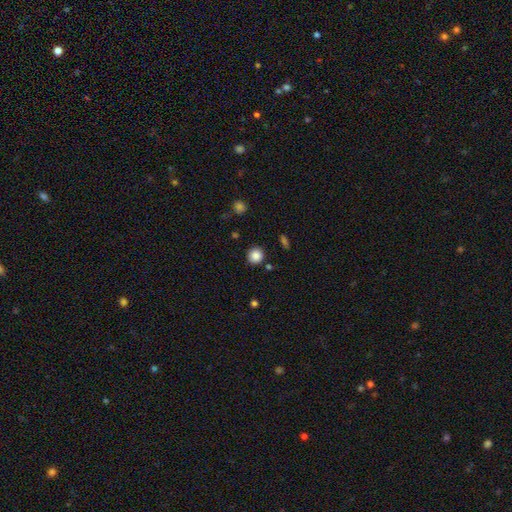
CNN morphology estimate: smooth-or-featured: smooth: 86% | star or artifact: 10% | featured or disk: 4%
  how-rounded: round: 92% | in between: 7% | cigar-shaped: 1%
  merging: none: 88% | minor disturbance: 7% | merger: 3% | major disturbance: 2%